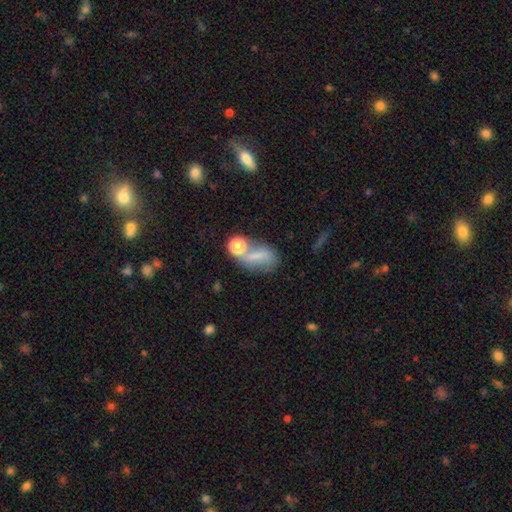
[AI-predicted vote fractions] A smooth galaxy with no disk features (60%) that is in between round and cigar-shaped (69%).

Vote fractions:
- Smooth or featured? smooth: 60% / featured or disk: 24% / star or artifact: 17%
- How rounded? in between: 69% / round: 21% / cigar-shaped: 10%
- Merging? none: 39% / merger: 28% / minor disturbance: 18% / major disturbance: 15%